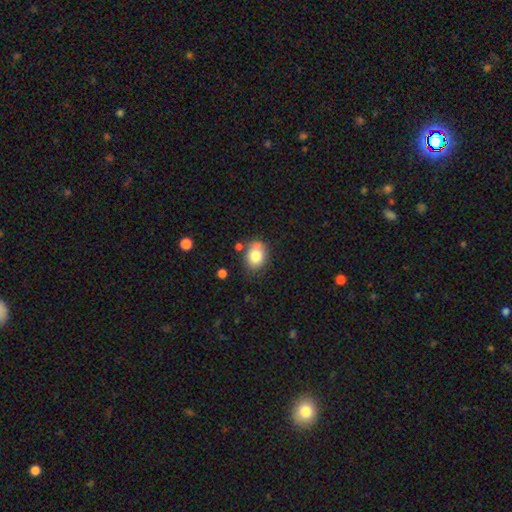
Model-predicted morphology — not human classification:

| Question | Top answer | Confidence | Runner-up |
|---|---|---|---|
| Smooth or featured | smooth | 80% | featured or disk (11%) |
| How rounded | round | 55% | in between (44%) |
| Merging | none | 63% | minor disturbance (21%) |